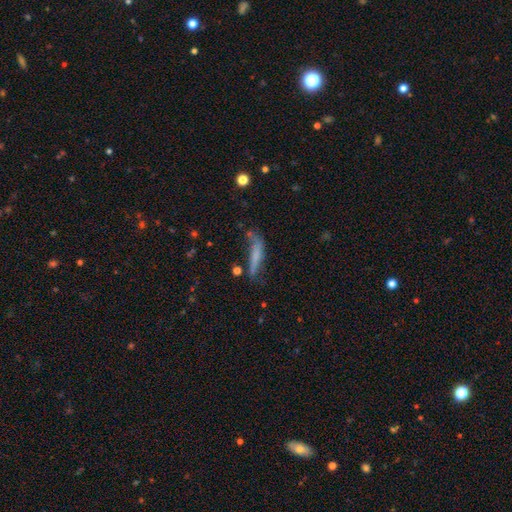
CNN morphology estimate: The model was most divided on "merging": none: 40%, minor disturbance: 28%, major disturbance: 22%, merger: 11%. More confident: how rounded — cigar-shaped (80%); smooth or featured — smooth (58%).